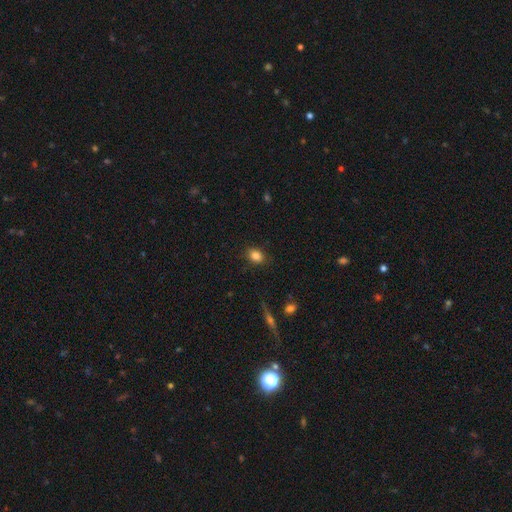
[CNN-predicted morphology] type=smooth (85%); roundness=in between (67%); merging=none (86%).